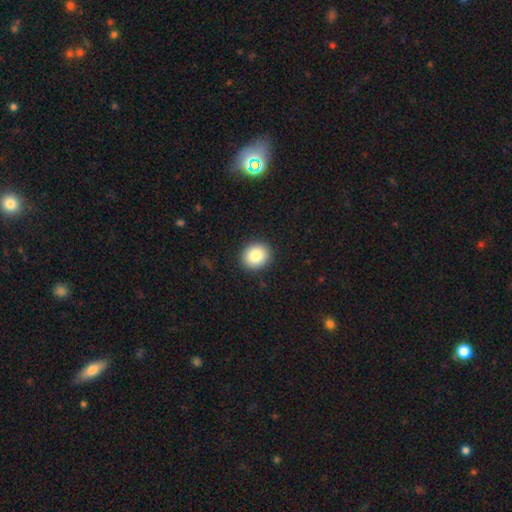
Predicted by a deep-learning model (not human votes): Smooth or featured? smooth (85%)
How rounded? round (79%)
Merging? none (92%)